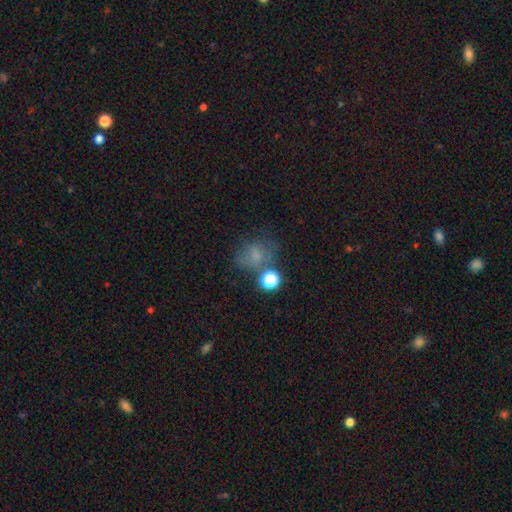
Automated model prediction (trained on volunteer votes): Smooth or featured? Predicted: smooth (p=0.61). How rounded? Predicted: round (p=0.61). Merging? Predicted: none (p=0.49).